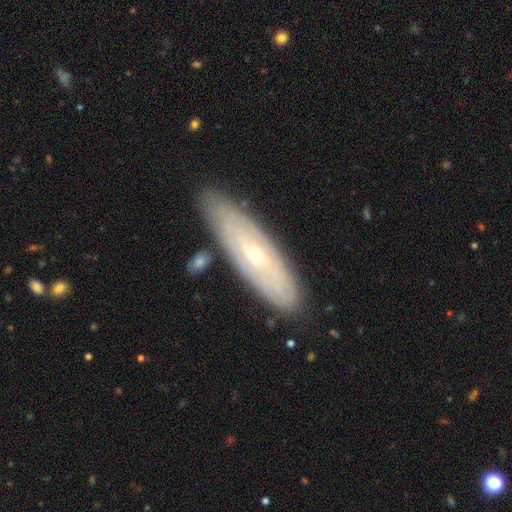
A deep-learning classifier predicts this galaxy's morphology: Smooth or featured?
  - featured or disk: 67% *
  - smooth: 27%
  - star or artifact: 6%
Edge-on disk?
  - no: 72% *
  - yes: 28%
Merging?
  - none: 82% *
  - minor disturbance: 12%
  - merger: 3%
  - major disturbance: 3%